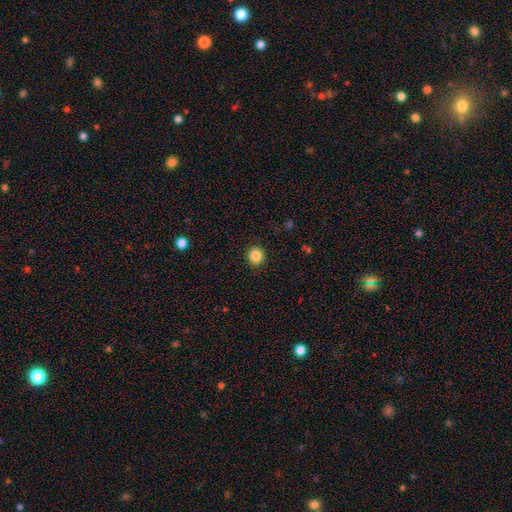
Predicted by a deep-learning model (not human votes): A smooth galaxy with no disk features (86%) that is round (88%).

Vote fractions:
- Smooth or featured? smooth: 86% / star or artifact: 10% / featured or disk: 4%
- How rounded? round: 88% / in between: 11% / cigar-shaped: 1%
- Merging? none: 91% / minor disturbance: 6% / major disturbance: 2% / merger: 1%